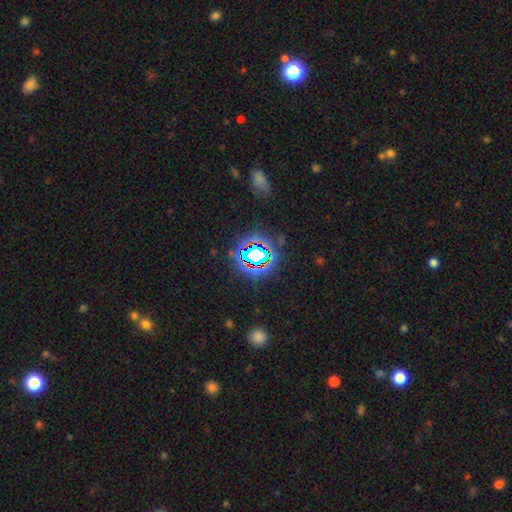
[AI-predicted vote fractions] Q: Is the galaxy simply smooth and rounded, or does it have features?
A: star or artifact — 69%.